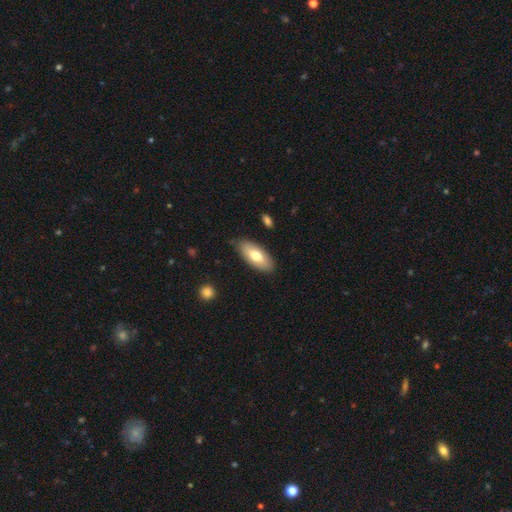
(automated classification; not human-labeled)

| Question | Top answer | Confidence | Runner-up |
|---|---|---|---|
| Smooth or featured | smooth | 69% | featured or disk (26%) |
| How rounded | in between | 86% | cigar-shaped (12%) |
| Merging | none | 82% | minor disturbance (13%) |